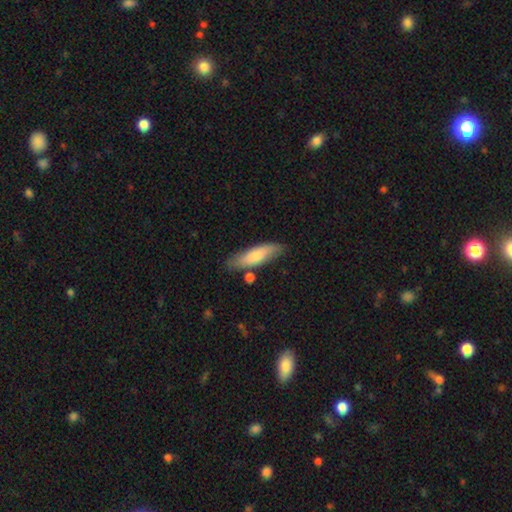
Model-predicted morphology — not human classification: This appears to be a smooth galaxy with no disk features (75%) that is cigar-shaped (59%). Merging: none (76%).